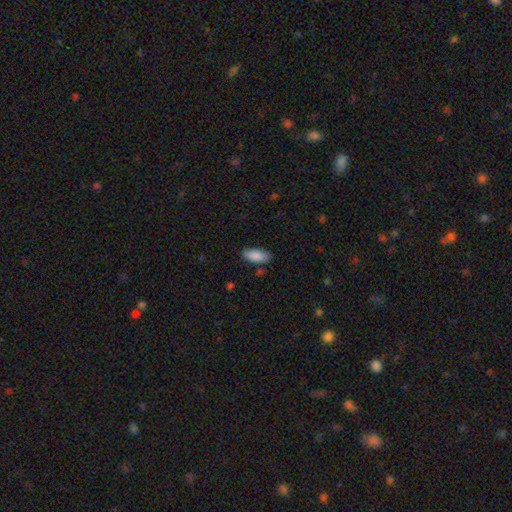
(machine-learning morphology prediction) Smooth or featured?
  - smooth: 89% *
  - star or artifact: 6%
  - featured or disk: 5%
How rounded?
  - in between: 86% *
  - cigar-shaped: 12%
  - round: 2%
Merging?
  - none: 84% *
  - minor disturbance: 12%
  - major disturbance: 2%
  - merger: 2%